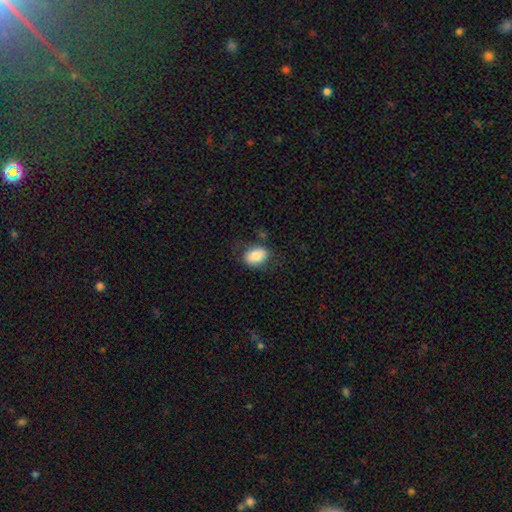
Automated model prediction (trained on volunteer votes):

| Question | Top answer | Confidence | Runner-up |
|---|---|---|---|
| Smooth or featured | smooth | 80% | featured or disk (13%) |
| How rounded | in between | 73% | round (25%) |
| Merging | none | 69% | minor disturbance (19%) |